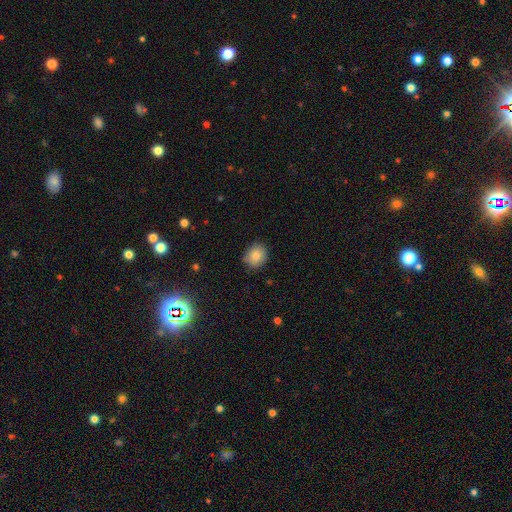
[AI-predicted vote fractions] Smooth or featured? Predicted: smooth (p=0.83). How rounded? Predicted: round (p=0.74). Merging? Predicted: none (p=0.83).